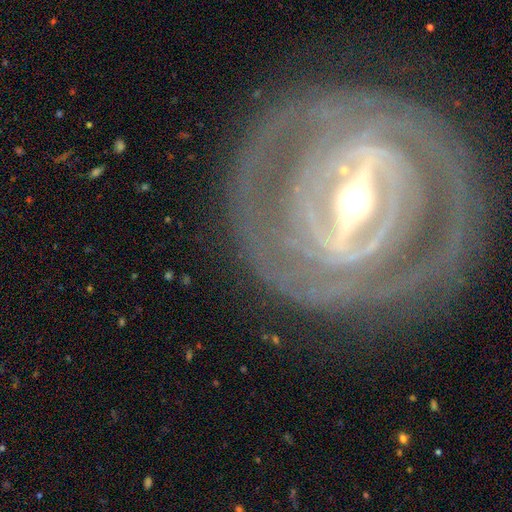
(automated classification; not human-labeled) Smooth or featured? featured or disk (89%)
Edge-on disk? no (89%)
Bar? strong (77%)
Spiral arms? yes (82%)
Spiral winding? tight (81%)
Spiral arm count? can't tell (35%)
Bulge size? moderate (65%)
Merging? none (82%)